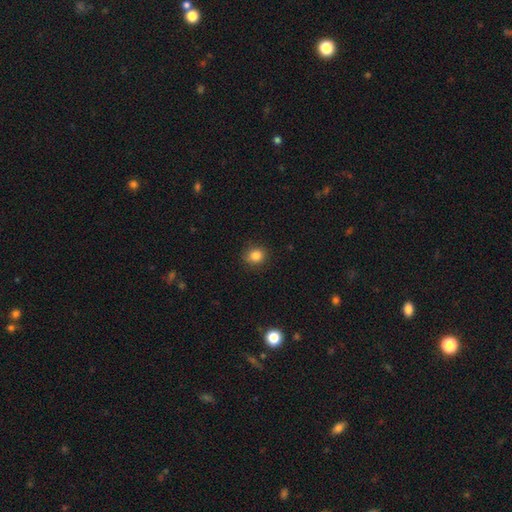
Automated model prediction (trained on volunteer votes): This is clearly a smooth galaxy (83%). How rounded: likely round (76%). Merging: clearly none (86%).